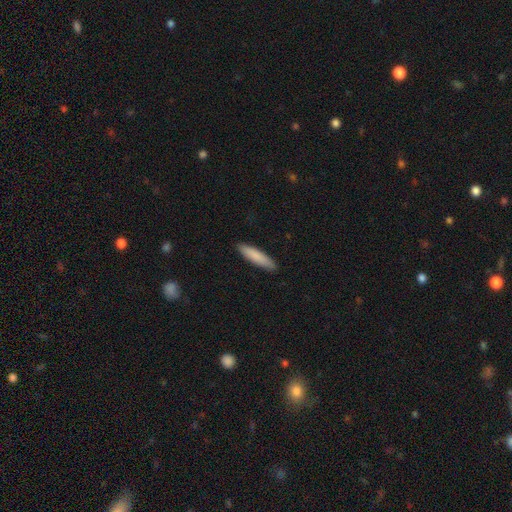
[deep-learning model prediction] smooth 84%, featured or disk 10%, star or artifact 5%. Down the decision tree: how rounded — cigar-shaped (82%); merging — none (90%).